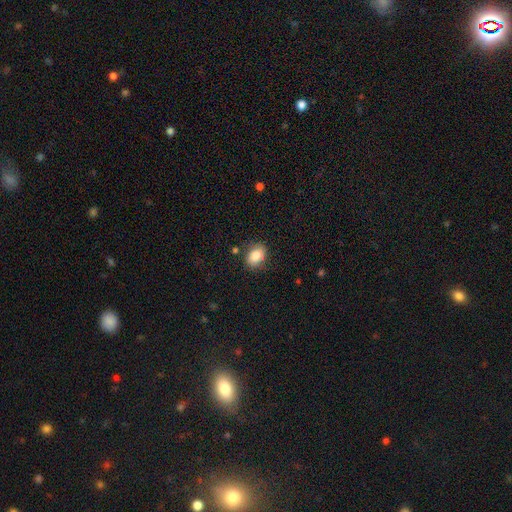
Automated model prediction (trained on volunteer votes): smooth-or-featured: smooth: 82% | featured or disk: 10% | star or artifact: 8%
  how-rounded: in between: 71% | round: 28% | cigar-shaped: 1%
  merging: none: 76% | minor disturbance: 16% | major disturbance: 4% | merger: 4%